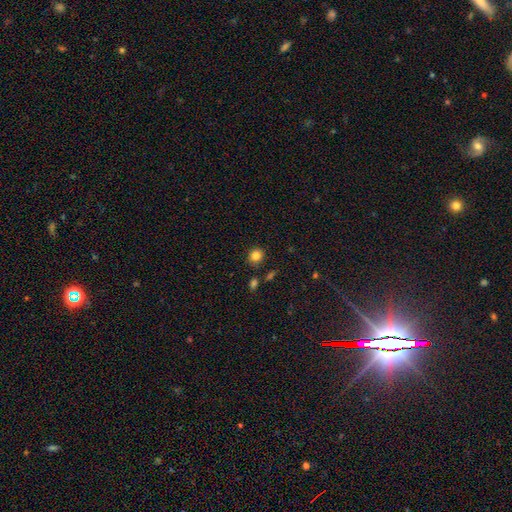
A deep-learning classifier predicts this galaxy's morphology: type=smooth (83%); roundness=round (85%); merging=none (86%).